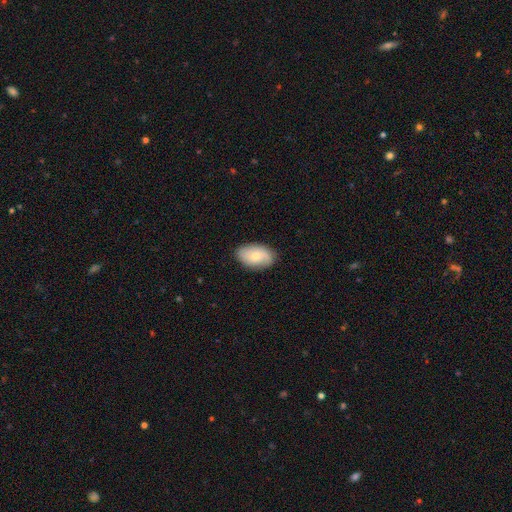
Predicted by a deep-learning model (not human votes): Morphology: type=smooth (64%); roundness=in between (90%); merging=none (83%).